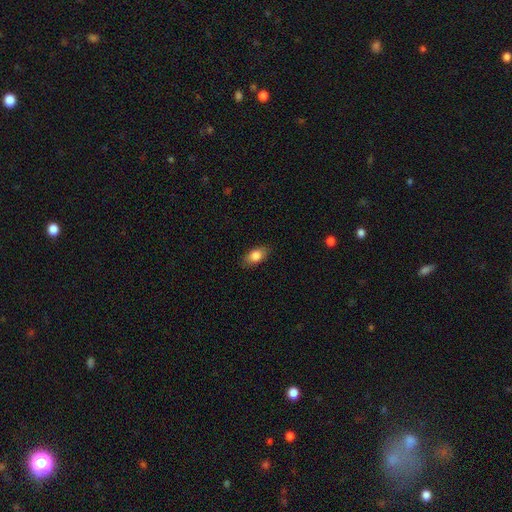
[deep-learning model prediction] Smooth or featured: smooth — 82% (featured or disk — 11%)
How rounded: in between — 87% (round — 8%)
Merging: none — 84% (minor disturbance — 12%)